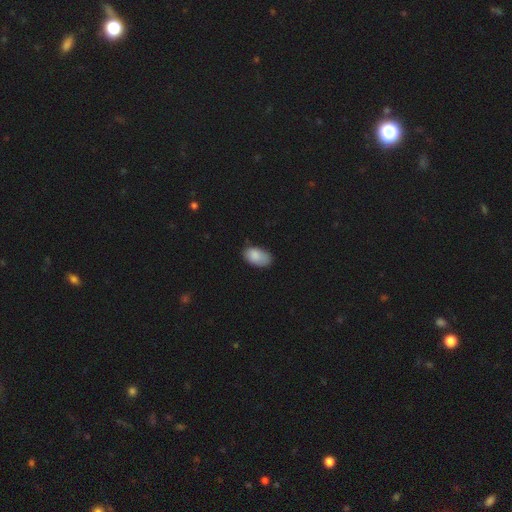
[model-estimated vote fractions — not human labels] The model was most divided on "merging": none: 67%, minor disturbance: 26%, major disturbance: 5%, merger: 2%. More confident: how rounded — in between (93%); smooth or featured — smooth (85%).